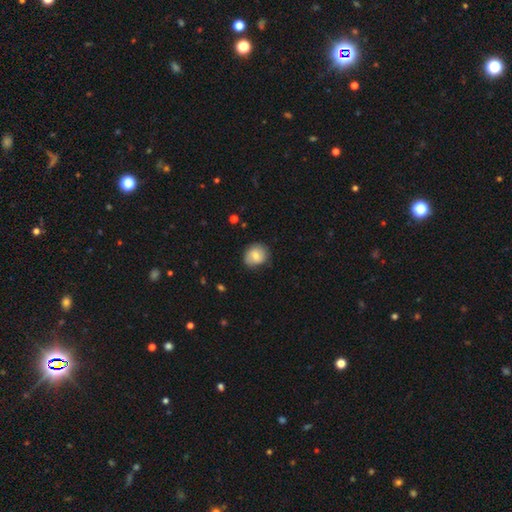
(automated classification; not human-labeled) smooth 72%, featured or disk 20%, star or artifact 8%. Down the decision tree: how rounded — round (71%); merging — none (74%).